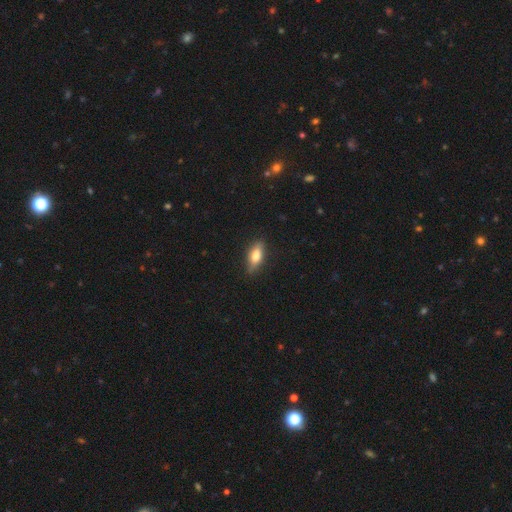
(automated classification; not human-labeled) This is likely a smooth galaxy (71%). How rounded: likely in between (76%). Merging: clearly none (82%).